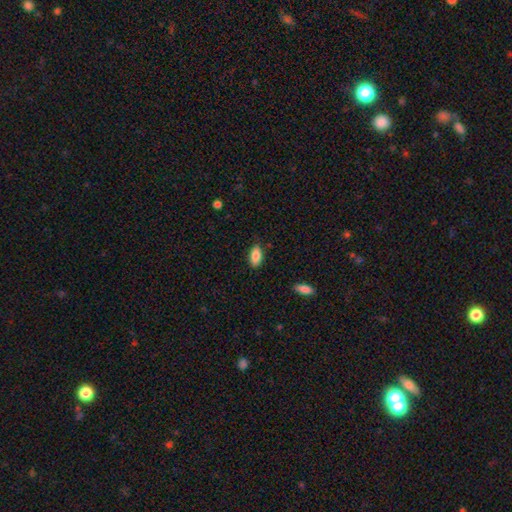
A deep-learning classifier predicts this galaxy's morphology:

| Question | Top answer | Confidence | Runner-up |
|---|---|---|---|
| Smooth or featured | smooth | 84% | featured or disk (9%) |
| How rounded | in between | 87% | cigar-shaped (10%) |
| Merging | none | 85% | minor disturbance (11%) |